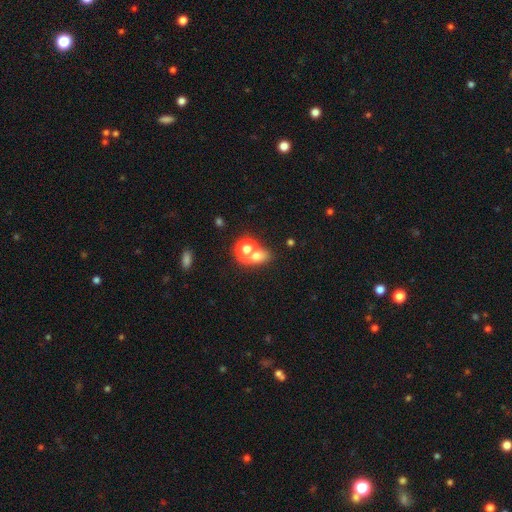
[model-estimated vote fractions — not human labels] Morphology: type=smooth (64%); roundness=round (52%); merging=merger (49%).